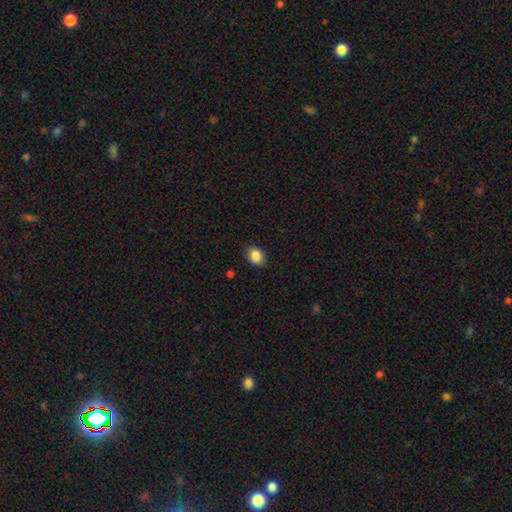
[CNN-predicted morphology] This is clearly a smooth galaxy (87%). How rounded: possibly in between (59%). Merging: clearly none (87%).